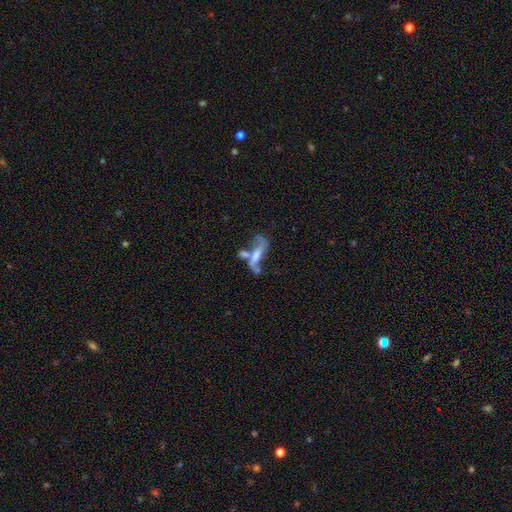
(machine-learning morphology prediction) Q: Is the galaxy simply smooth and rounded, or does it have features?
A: featured or disk — 65%.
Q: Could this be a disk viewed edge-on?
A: no — 77%.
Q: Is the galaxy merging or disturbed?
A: merger — 41%.